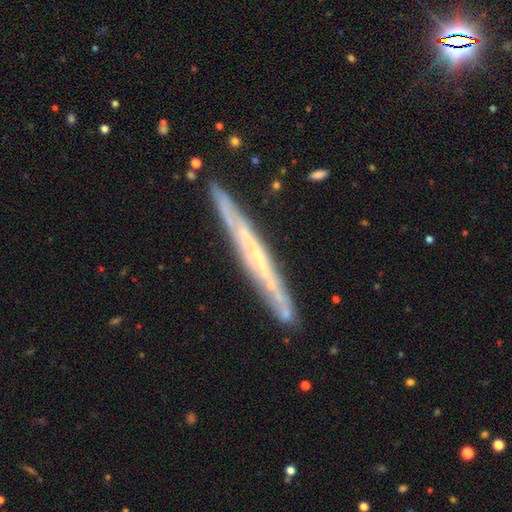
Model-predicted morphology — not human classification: Q: Smooth or featured?
A: featured or disk (73%); runner-up: smooth (20%)
Q: Edge-on disk?
A: yes (93%); runner-up: no (7%)
Q: Edge-on bulge?
A: none (74%); runner-up: rounded (21%)
Q: Merging?
A: none (87%); runner-up: minor disturbance (10%)